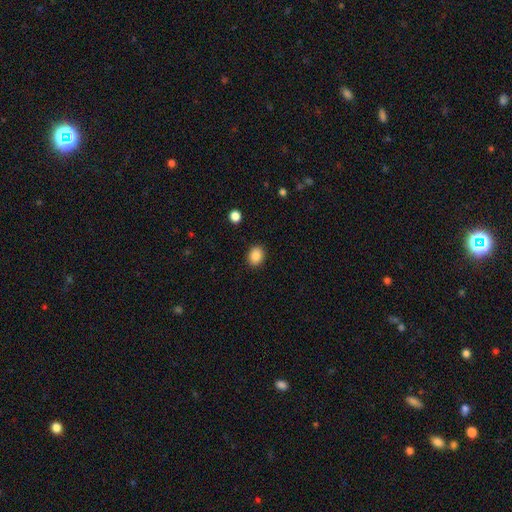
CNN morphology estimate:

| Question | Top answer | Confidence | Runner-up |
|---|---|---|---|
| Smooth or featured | smooth | 88% | star or artifact (9%) |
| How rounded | round | 51% | in between (48%) |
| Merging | none | 89% | minor disturbance (7%) |